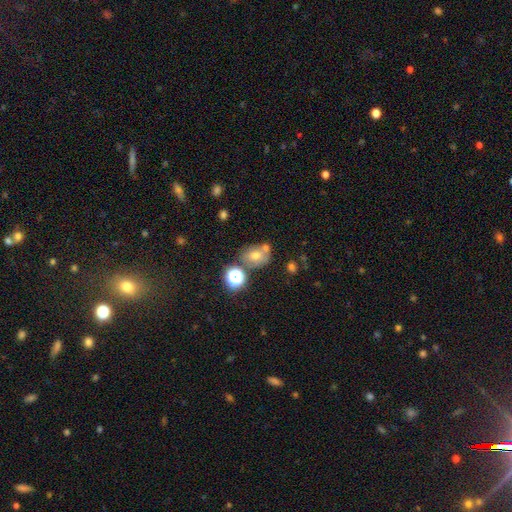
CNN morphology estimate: Smooth or featured: smooth — 53% (star or artifact — 26%)
How rounded: in between — 49% (tied with round — 49%)
Merging: none — 58% (merger — 23%)